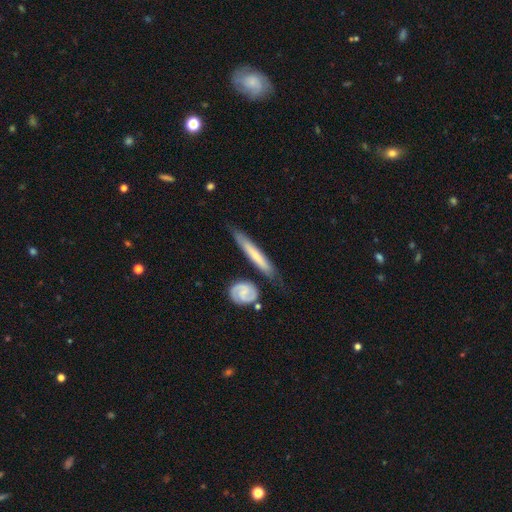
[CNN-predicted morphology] Smooth or featured? featured or disk (48%)
Merging? none (69%)